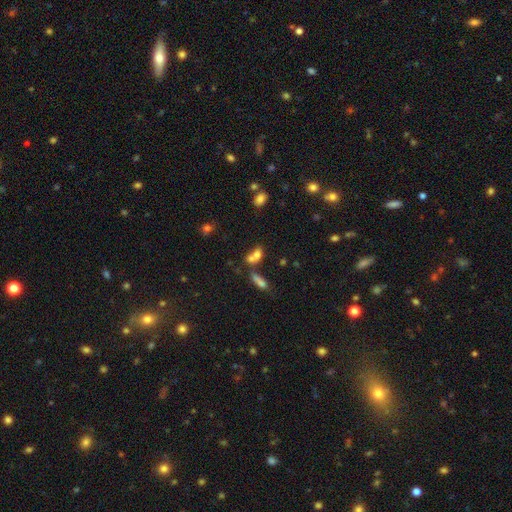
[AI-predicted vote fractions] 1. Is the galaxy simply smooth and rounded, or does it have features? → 69% smooth, 16% featured or disk, 15% star or artifact.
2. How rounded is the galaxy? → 64% in between, 27% round, 9% cigar-shaped.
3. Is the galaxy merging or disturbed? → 59% merger, 27% none, 8% minor disturbance, 6% major disturbance.